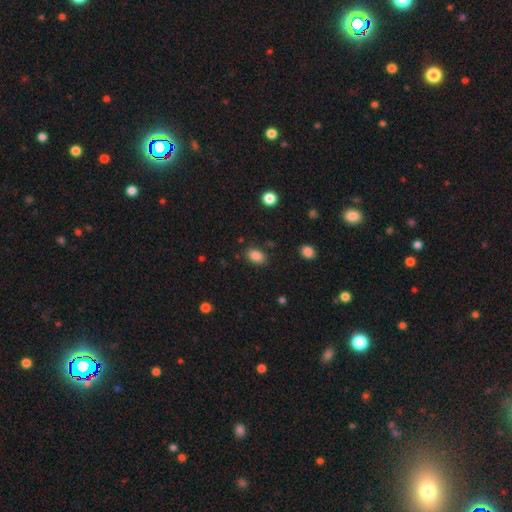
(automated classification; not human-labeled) Overall: smooth (86%). How rounded: in between (82%). Merging: none (84%).